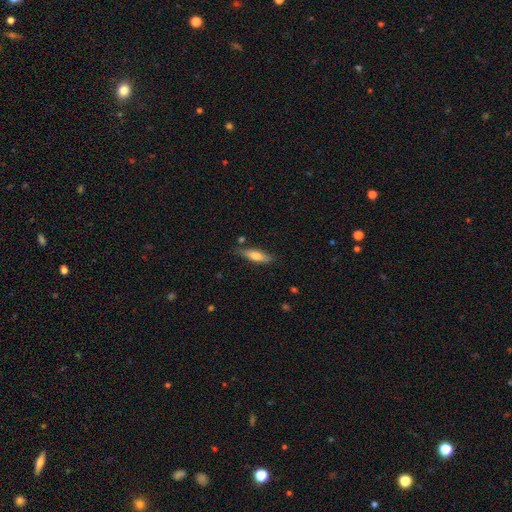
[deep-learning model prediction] Smooth or featured? Predicted: smooth (p=0.67). How rounded? Predicted: cigar-shaped (p=0.59). Merging? Predicted: none (p=0.77).